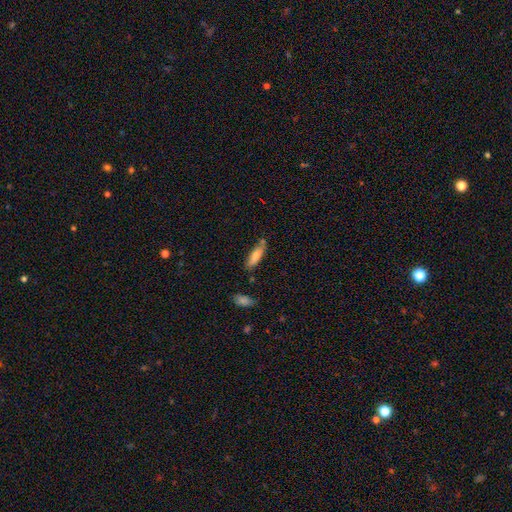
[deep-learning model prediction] This appears to be a smooth galaxy with no disk features (76%) that is cigar-shaped (56%). Merging: none (68%).